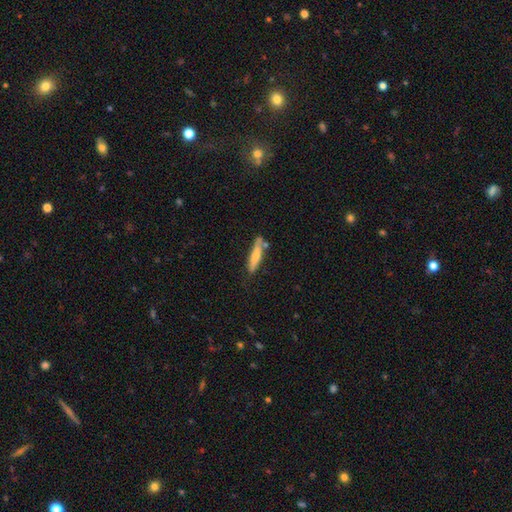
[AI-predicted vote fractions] smooth_or_featured: smooth (p=0.66) [alt: featured or disk p=0.29]
how_rounded: cigar-shaped (p=0.85) [alt: in between p=0.14]
merging: none (p=0.65) [alt: minor disturbance p=0.20]